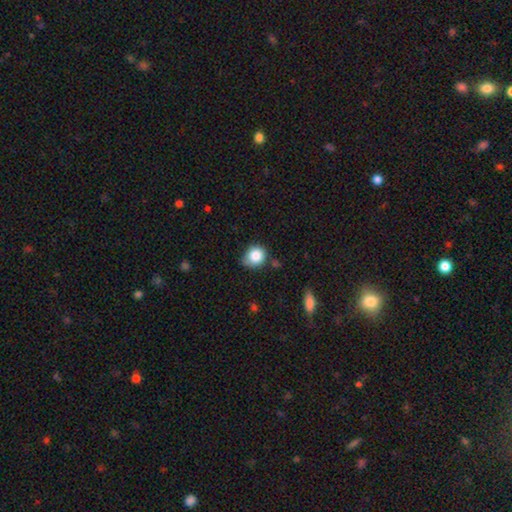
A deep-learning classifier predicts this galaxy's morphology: A smooth galaxy with no disk features (84%) that is round (75%).

Vote fractions:
- Smooth or featured? smooth: 84% / star or artifact: 10% / featured or disk: 7%
- How rounded? round: 75% / in between: 25% / cigar-shaped: 1%
- Merging? none: 65% / minor disturbance: 26% / major disturbance: 5% / merger: 4%